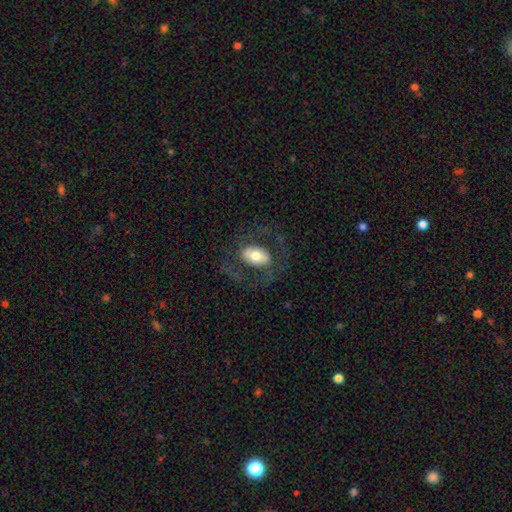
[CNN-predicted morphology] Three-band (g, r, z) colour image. It shows a smooth galaxy with no disk features (47%). Merging: none (68%).